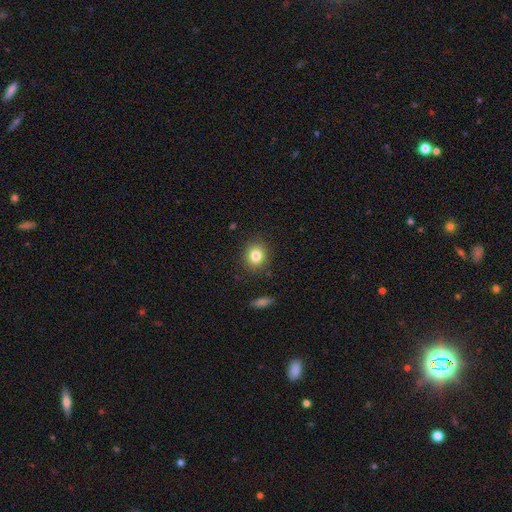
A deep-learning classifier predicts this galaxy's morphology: Smooth or featured?
  - smooth: 82% *
  - star or artifact: 10%
  - featured or disk: 7%
How rounded?
  - round: 78% *
  - in between: 21%
  - cigar-shaped: 1%
Merging?
  - none: 88% *
  - minor disturbance: 8%
  - major disturbance: 3%
  - merger: 2%